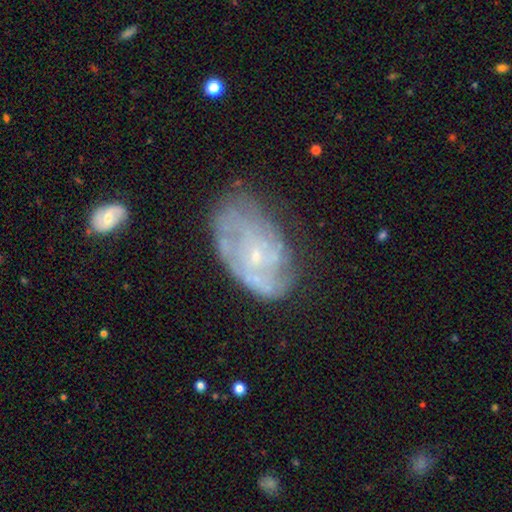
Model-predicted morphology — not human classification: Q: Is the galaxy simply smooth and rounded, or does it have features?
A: featured or disk — 69%.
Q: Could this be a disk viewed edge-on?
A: no — 96%.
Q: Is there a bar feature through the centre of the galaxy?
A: no — 77%.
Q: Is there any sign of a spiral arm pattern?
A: yes — 64%.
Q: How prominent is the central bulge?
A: small — 79%.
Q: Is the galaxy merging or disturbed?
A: none — 51%.